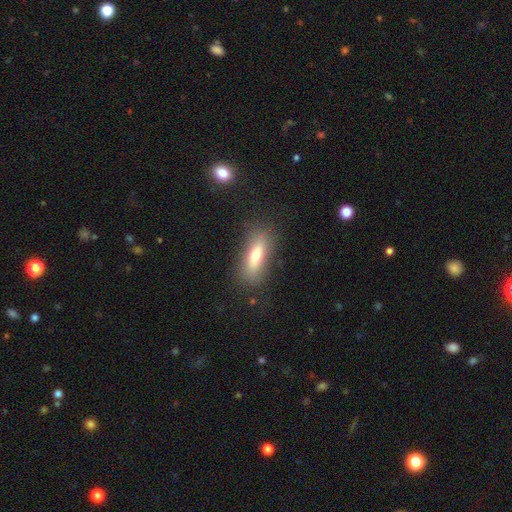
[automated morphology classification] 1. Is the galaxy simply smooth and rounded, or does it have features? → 67% smooth, 24% featured or disk, 9% star or artifact.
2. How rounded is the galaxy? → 56% in between, 40% cigar-shaped, 4% round.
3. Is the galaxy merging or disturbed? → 82% none, 12% minor disturbance, 5% major disturbance, 2% merger.